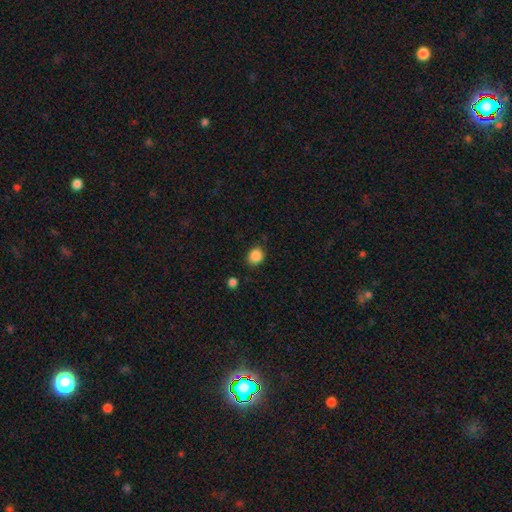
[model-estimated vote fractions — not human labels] A smooth galaxy with no disk features (87%) that is round (65%).

Vote fractions:
- Smooth or featured? smooth: 87% / star or artifact: 10% / featured or disk: 3%
- How rounded? round: 65% / in between: 34% / cigar-shaped: 1%
- Merging? none: 82% / minor disturbance: 12% / major disturbance: 3% / merger: 2%